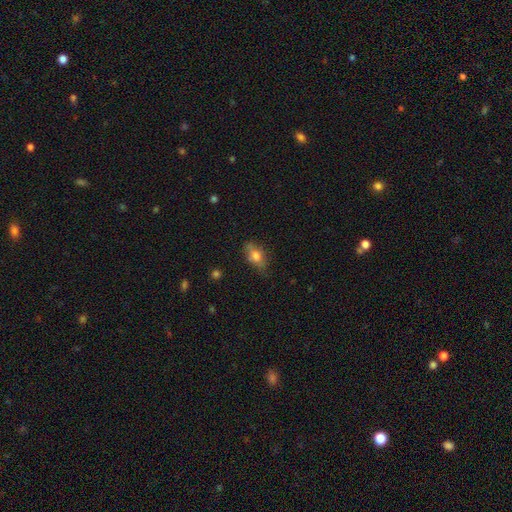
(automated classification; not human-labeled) Q: Smooth or featured?
A: smooth (66%); runner-up: featured or disk (25%)
Q: How rounded?
A: in between (80%); runner-up: round (10%)
Q: Merging?
A: none (64%); runner-up: minor disturbance (26%)